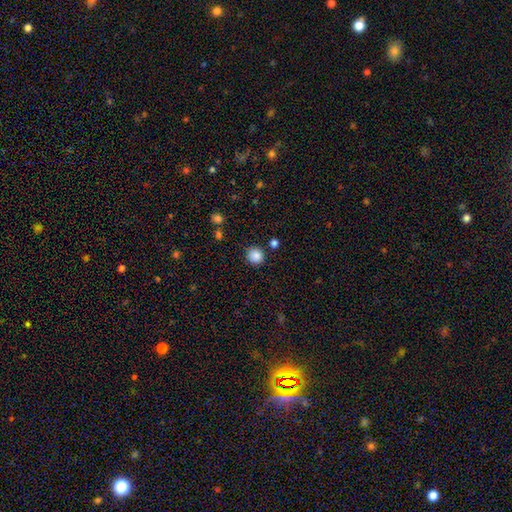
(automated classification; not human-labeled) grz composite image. It shows a smooth galaxy with no disk features (86%) that is round (93%). Merging: none (86%).